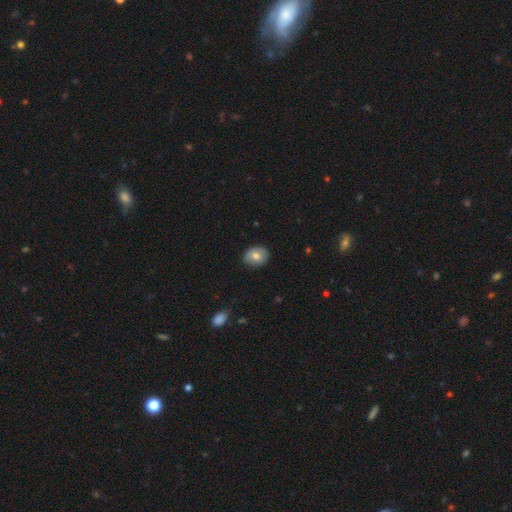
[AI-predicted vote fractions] Smooth or featured?
  - smooth: 72% *
  - featured or disk: 20%
  - star or artifact: 8%
How rounded?
  - round: 52% *
  - in between: 47%
  - cigar-shaped: 1%
Merging?
  - none: 85% *
  - minor disturbance: 12%
  - major disturbance: 2%
  - merger: 1%